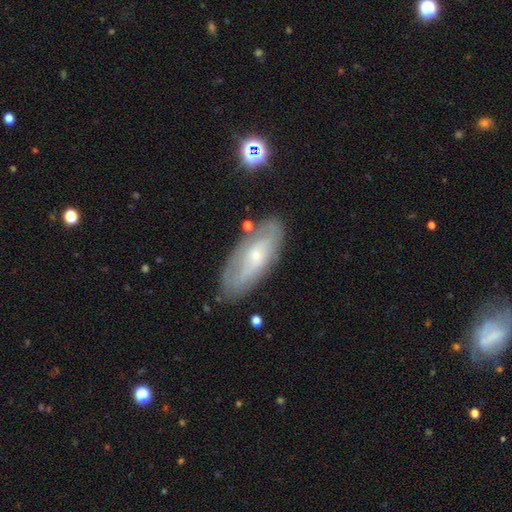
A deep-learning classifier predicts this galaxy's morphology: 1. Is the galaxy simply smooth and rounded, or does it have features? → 55% featured or disk, 38% smooth, 8% star or artifact.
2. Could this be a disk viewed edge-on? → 81% no, 19% yes.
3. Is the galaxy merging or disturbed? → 73% none, 18% minor disturbance, 5% major disturbance, 3% merger.